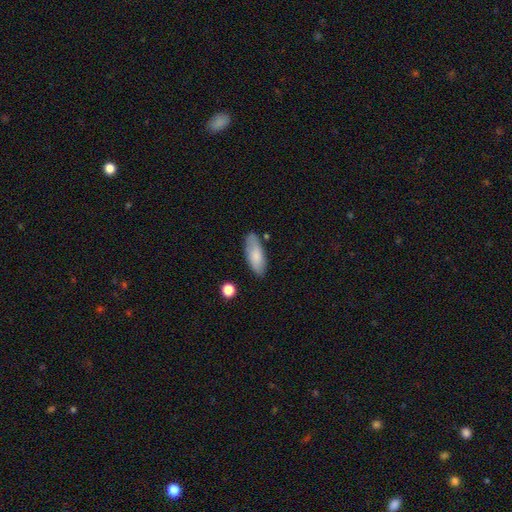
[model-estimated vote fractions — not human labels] smooth 78%, featured or disk 16%, star or artifact 6%. Down the decision tree: how rounded — in between (78%); merging — none (79%).